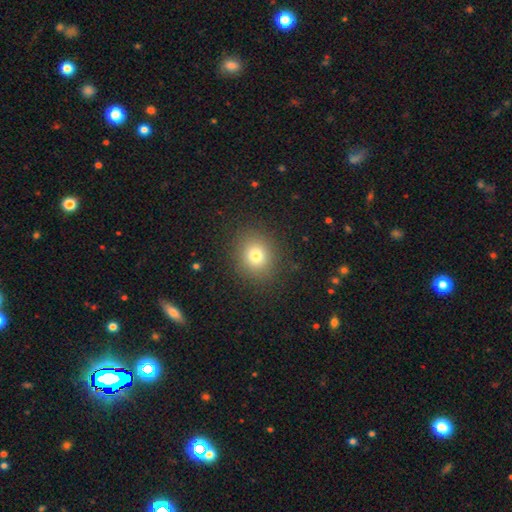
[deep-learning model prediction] smooth 76%, star or artifact 14%, featured or disk 9%. Down the decision tree: how rounded — round (77%); merging — none (88%).